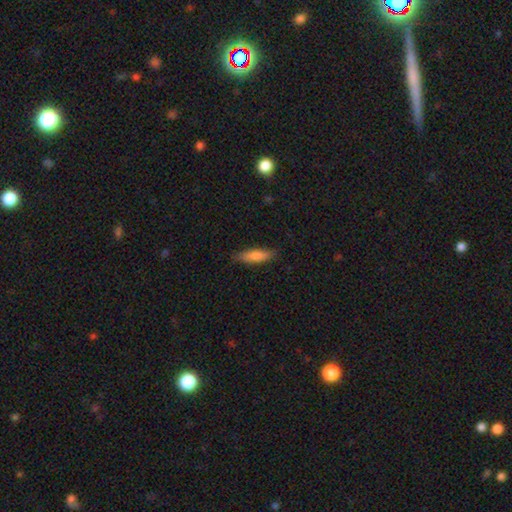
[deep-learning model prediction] Smooth or featured? smooth (76%)
How rounded? cigar-shaped (62%)
Merging? none (83%)